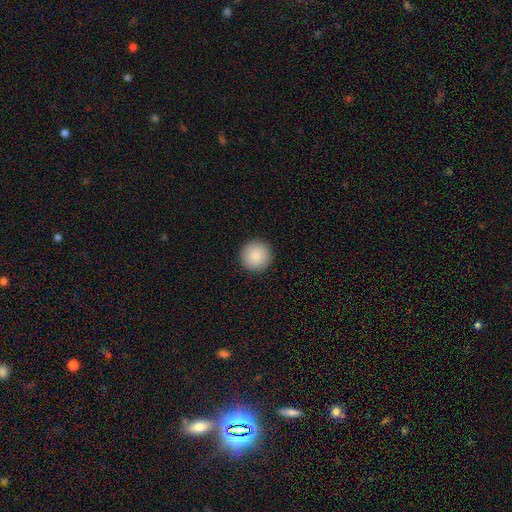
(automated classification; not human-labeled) smooth_or_featured: smooth (p=0.88) [alt: star or artifact p=0.07]
how_rounded: round (p=0.96) [alt: in between p=0.03]
merging: none (p=0.93) [alt: minor disturbance p=0.05]